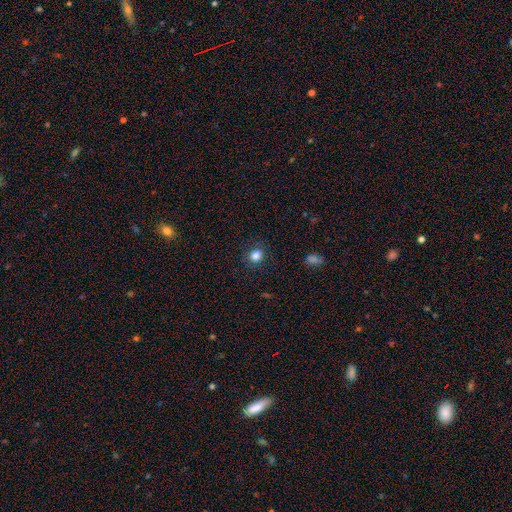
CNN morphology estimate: A smooth galaxy with no disk features (84%) that is round (73%). Merging: none (88%).